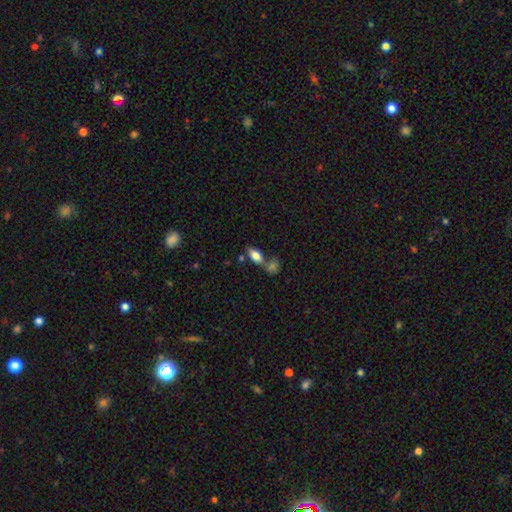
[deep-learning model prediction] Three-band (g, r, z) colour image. It shows a smooth galaxy with no disk features (73%) that is in between round and cigar-shaped (84%). Merging: none (54%).